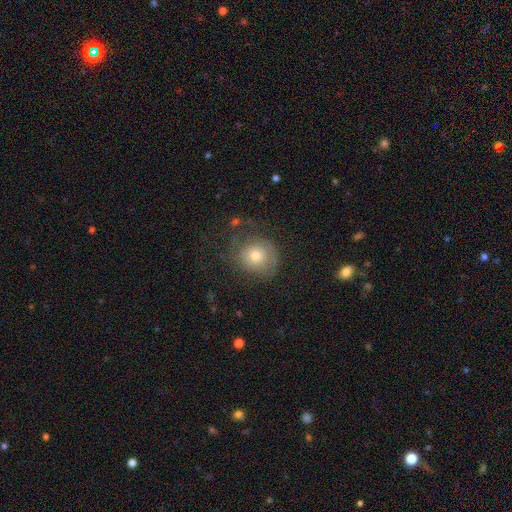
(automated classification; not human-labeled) Morphology: type=smooth (48%); merging=none (59%).